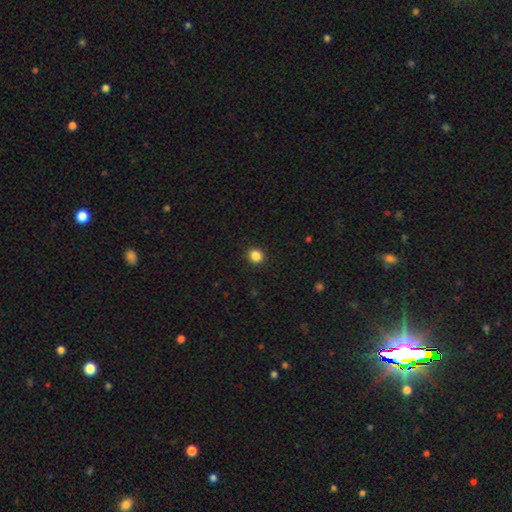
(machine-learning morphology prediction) type=smooth (86%); roundness=round (84%); merging=none (92%).